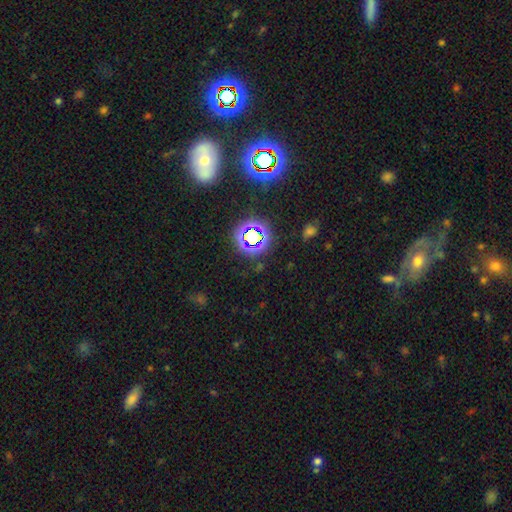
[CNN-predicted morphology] Q: Smooth or featured?
A: star or artifact (67%); runner-up: smooth (20%)